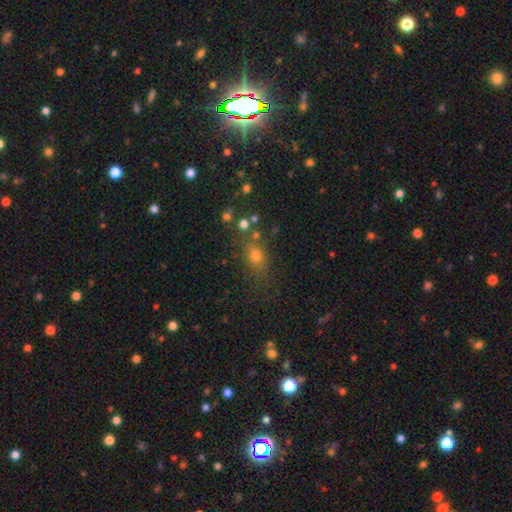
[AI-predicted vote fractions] This appears to be a smooth galaxy with no disk features (65%) that is in between round and cigar-shaped (49%). Merging: none (69%).